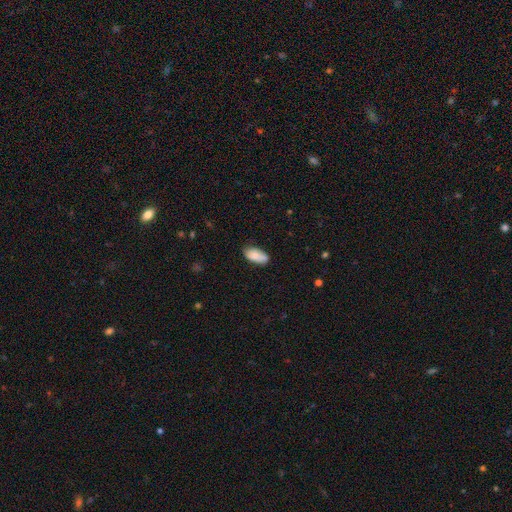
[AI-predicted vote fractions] A smooth galaxy with no disk features (83%) that is in between round and cigar-shaped (92%). Merging: none (70%).